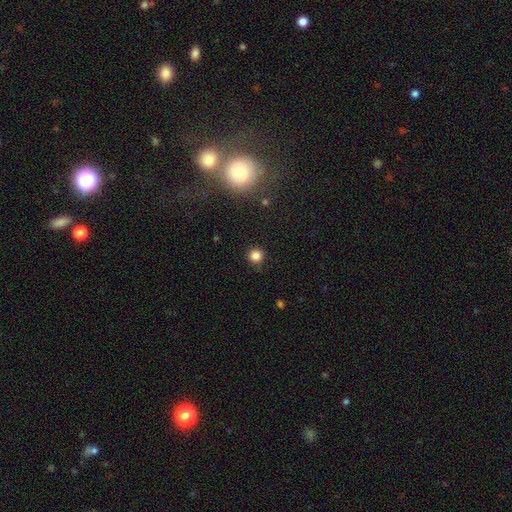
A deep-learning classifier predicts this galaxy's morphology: smooth 83%, star or artifact 13%, featured or disk 4%. Down the decision tree: how rounded — round (95%); merging — none (89%).